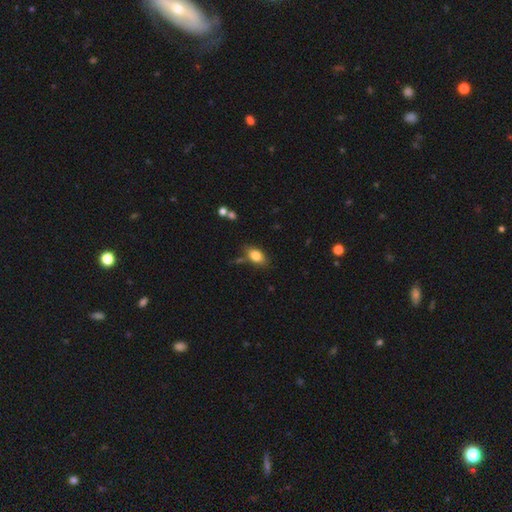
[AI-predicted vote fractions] Smooth or featured? smooth (83%)
How rounded? in between (86%)
Merging? none (73%)